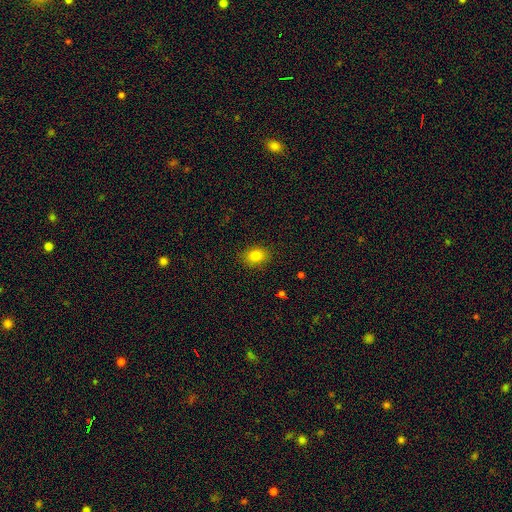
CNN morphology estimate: Smooth or featured? smooth (81%)
How rounded? in between (56%)
Merging? none (88%)